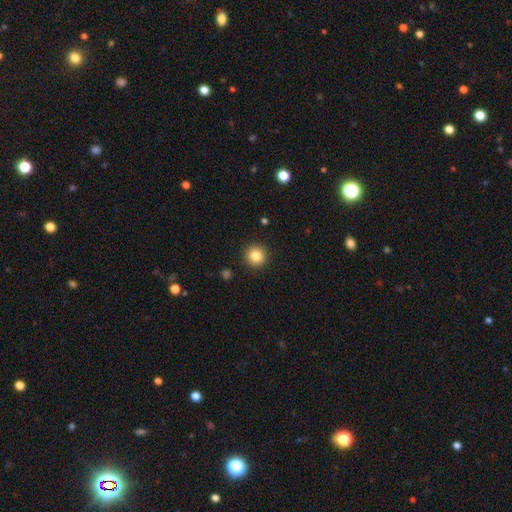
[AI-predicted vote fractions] Smooth or featured?
  - smooth: 84% *
  - star or artifact: 10%
  - featured or disk: 5%
How rounded?
  - round: 95% *
  - in between: 4%
  - cigar-shaped: 1%
Merging?
  - none: 92% *
  - minor disturbance: 5%
  - major disturbance: 2%
  - merger: 1%